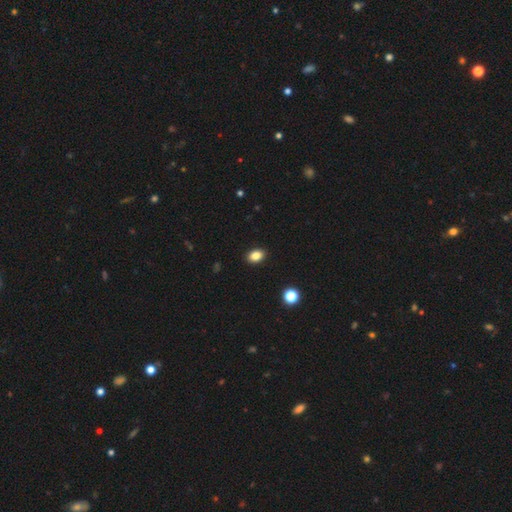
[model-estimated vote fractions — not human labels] Smooth or featured? Predicted: smooth (p=0.85). How rounded? Predicted: in between (p=0.79). Merging? Predicted: none (p=0.90).